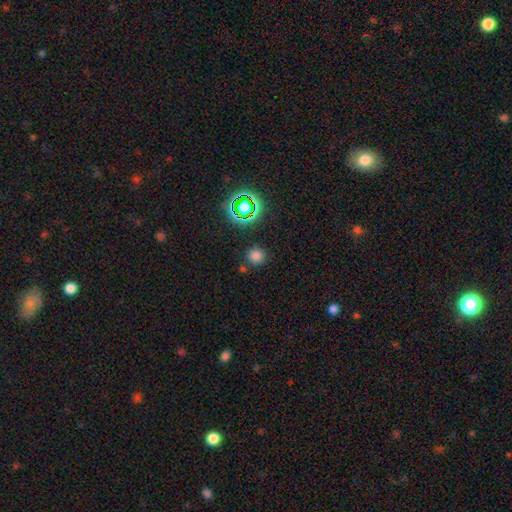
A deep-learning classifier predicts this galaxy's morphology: Overall: smooth (72%). How rounded: round (91%). Merging: none (83%).